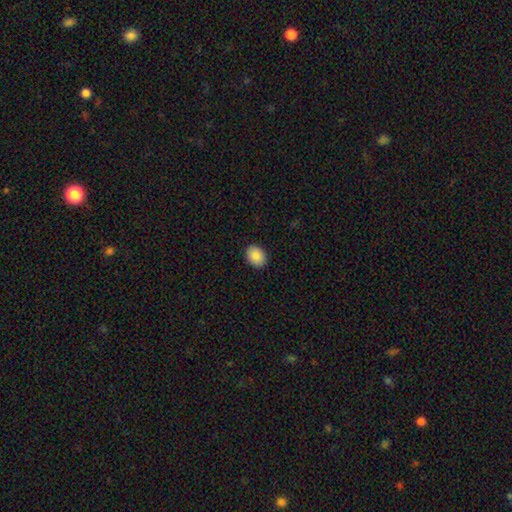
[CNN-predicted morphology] type=smooth (87%); roundness=in between (62%); merging=none (91%).